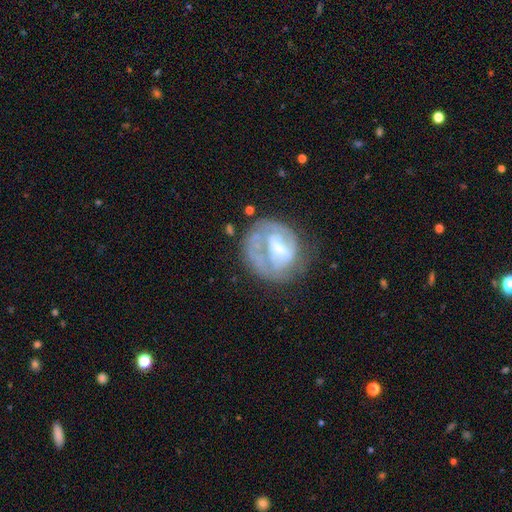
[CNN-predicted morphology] This appears to be a featured or disk galaxy (65%) with a weak bar (42%), spiral arms (54%) and a moderate central bulge (41%). Merging: none (53%).